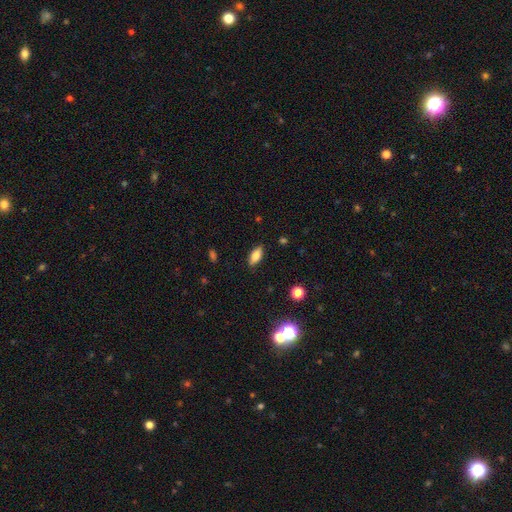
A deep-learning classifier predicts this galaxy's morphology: A smooth galaxy with no disk features (76%) that is in between round and cigar-shaped (82%). Merging: none (86%).